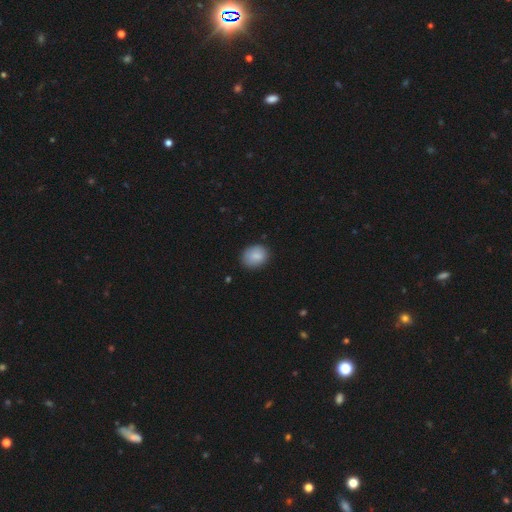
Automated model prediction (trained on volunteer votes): Morphology: type=smooth (86%); roundness=round (55%); merging=none (81%).